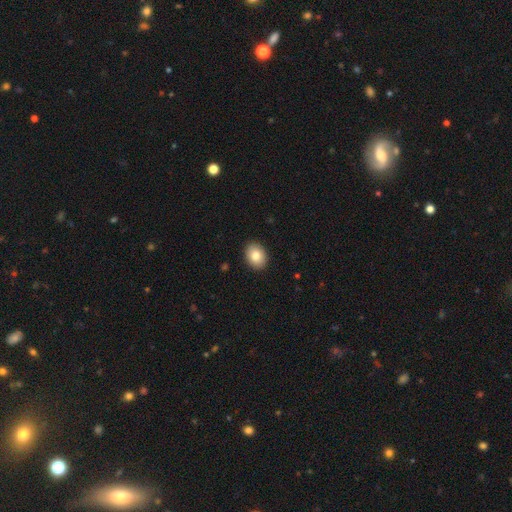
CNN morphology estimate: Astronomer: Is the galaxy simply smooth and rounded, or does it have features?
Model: smooth — 83%.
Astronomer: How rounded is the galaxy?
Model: in between — 60% (runner-up: round, 39%).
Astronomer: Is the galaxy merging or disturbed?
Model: none — 91%.